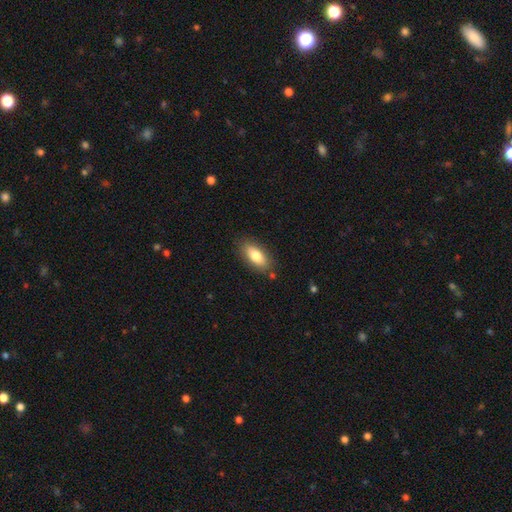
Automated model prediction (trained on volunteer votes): Morphology: type=smooth (79%); roundness=in between (85%); merging=none (83%).